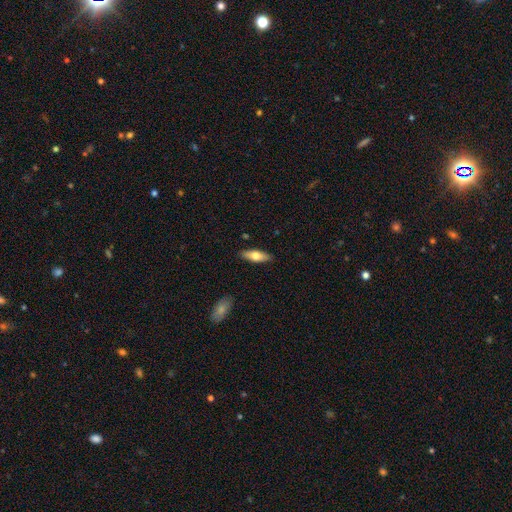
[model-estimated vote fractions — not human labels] Smooth or featured? Predicted: smooth (p=0.66). How rounded? Predicted: in between (p=0.63). Merging? Predicted: none (p=0.88).